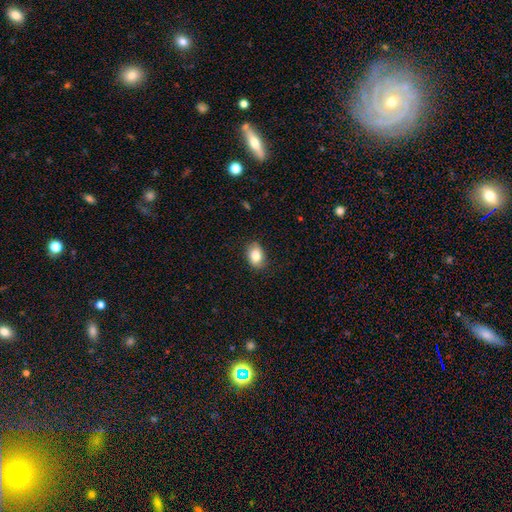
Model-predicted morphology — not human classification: smooth_or_featured: smooth (p=0.82) [alt: featured or disk p=0.10]
how_rounded: in between (p=0.78) [alt: round p=0.21]
merging: none (p=0.80) [alt: minor disturbance p=0.16]